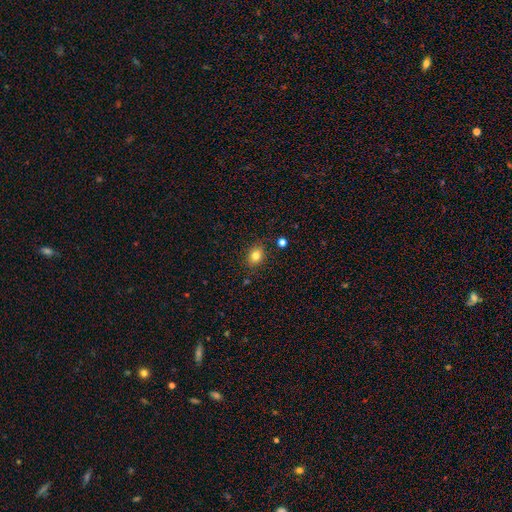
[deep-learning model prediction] Overall: smooth (80%). How rounded: in between (63%; round 36%). Merging: none (83%).